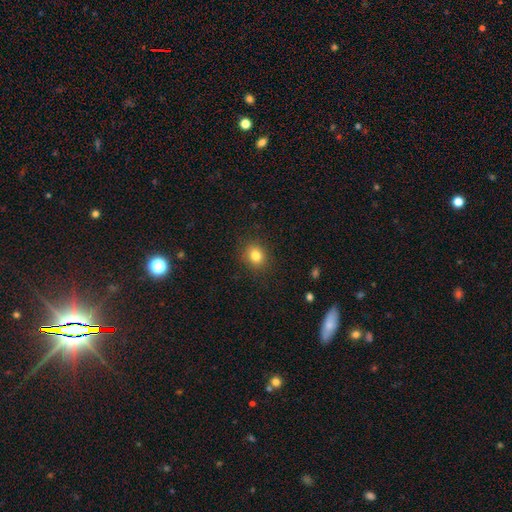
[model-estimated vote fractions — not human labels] Smooth or featured: smooth — 81% (star or artifact — 12%)
How rounded: round — 68% (in between — 31%)
Merging: none — 87% (minor disturbance — 9%)